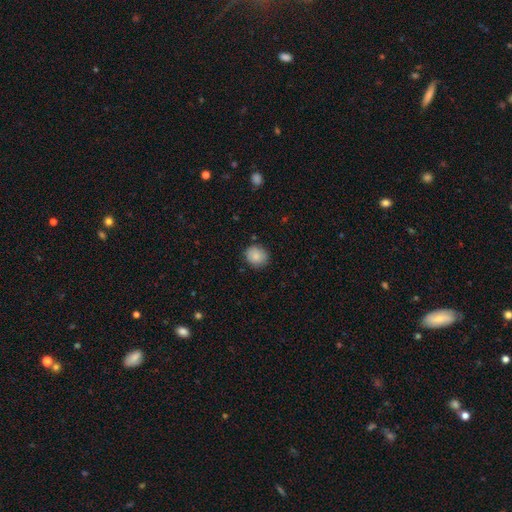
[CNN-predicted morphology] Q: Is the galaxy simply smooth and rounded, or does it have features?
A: smooth — 86%.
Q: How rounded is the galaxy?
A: round — 78%.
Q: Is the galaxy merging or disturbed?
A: none — 83%.